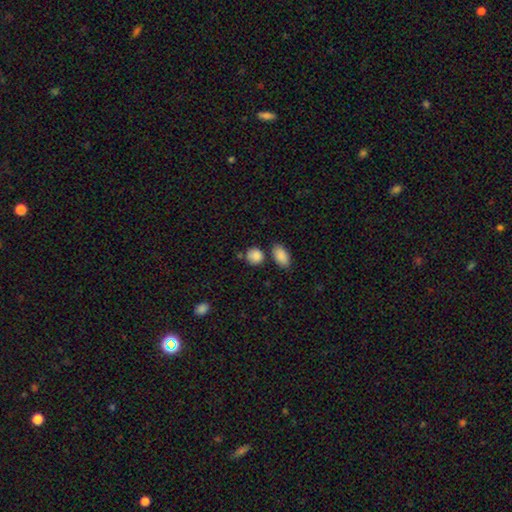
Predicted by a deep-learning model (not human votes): Morphology: type=smooth (87%); roundness=round (75%); merging=none (71%).